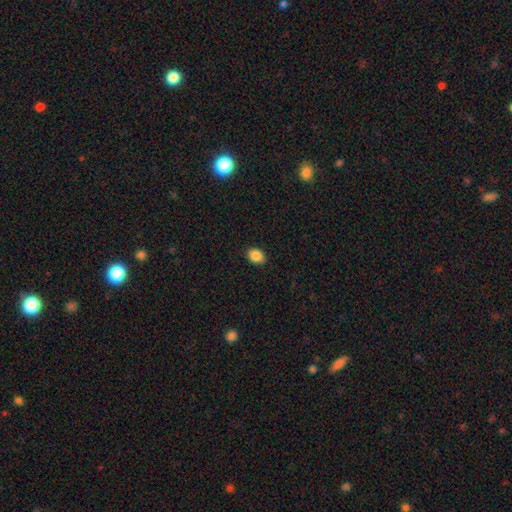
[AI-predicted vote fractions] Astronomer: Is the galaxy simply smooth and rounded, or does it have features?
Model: smooth — 87%.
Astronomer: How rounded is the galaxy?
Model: in between — 63%.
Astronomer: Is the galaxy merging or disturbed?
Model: none — 88%.